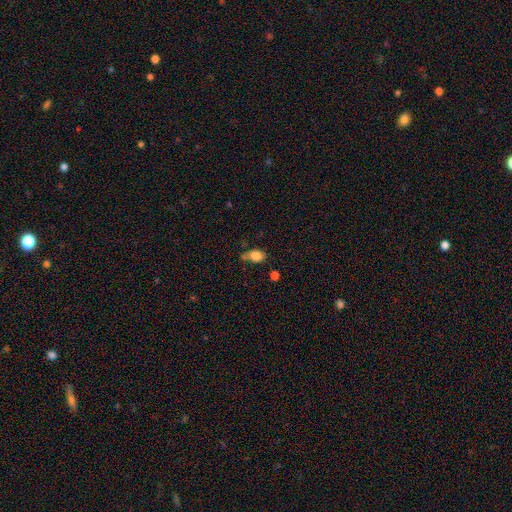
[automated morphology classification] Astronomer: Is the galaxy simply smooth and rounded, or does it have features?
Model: smooth — 84%.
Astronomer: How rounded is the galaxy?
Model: in between — 76%.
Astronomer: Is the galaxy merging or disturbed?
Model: none — 50% (runner-up: minor disturbance, 30%).